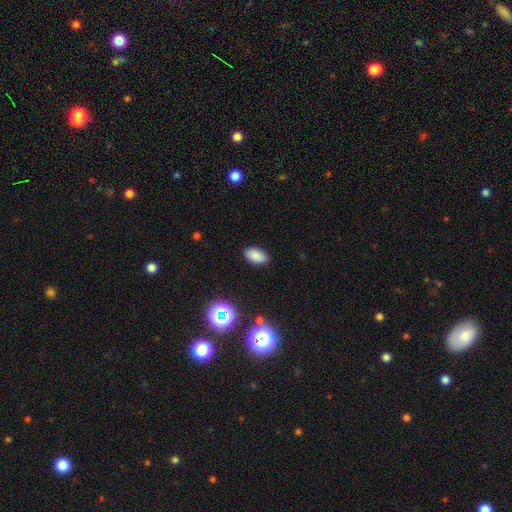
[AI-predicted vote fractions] This is clearly a smooth galaxy (83%). How rounded: clearly in between (93%). Merging: clearly none (86%).